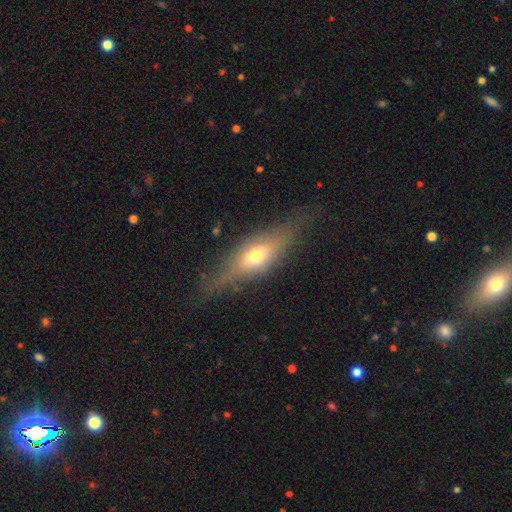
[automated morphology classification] This appears to be a featured or disk galaxy (56%) viewed edge-on (86%). Merging: none (73%).